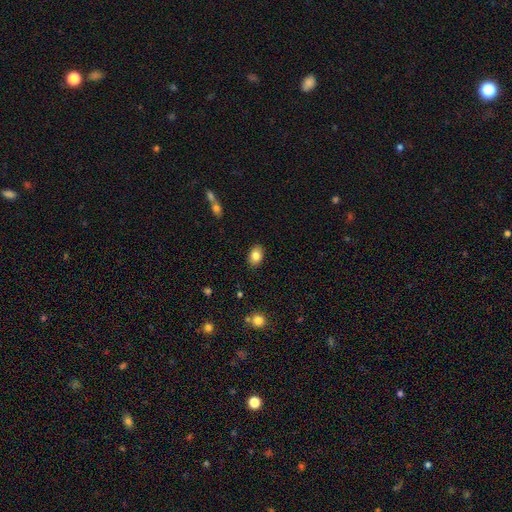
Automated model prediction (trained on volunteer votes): This appears to be a smooth galaxy with no disk features (84%) that is in between round and cigar-shaped (81%). Merging: none (88%).